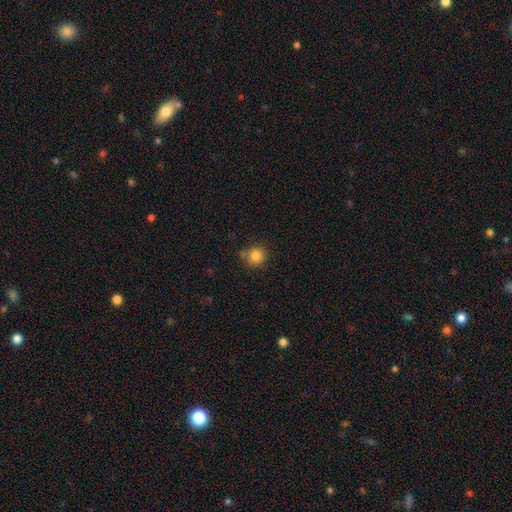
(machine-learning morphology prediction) smooth-or-featured: smooth: 83% | star or artifact: 11% | featured or disk: 6%
  how-rounded: round: 94% | in between: 6% | cigar-shaped: 1%
  merging: none: 79% | minor disturbance: 11% | merger: 6% | major disturbance: 3%